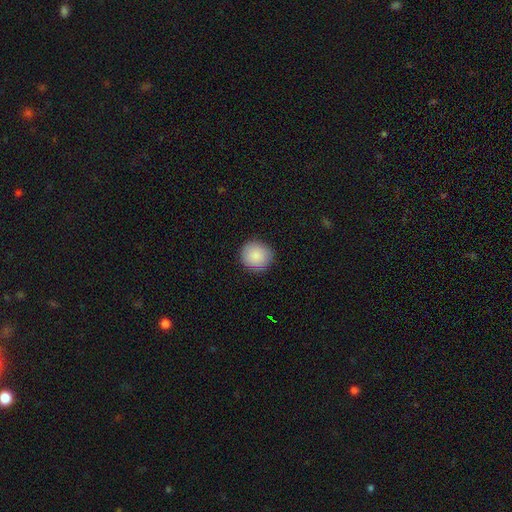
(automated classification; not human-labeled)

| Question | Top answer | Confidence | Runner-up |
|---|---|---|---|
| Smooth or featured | smooth | 88% | star or artifact (7%) |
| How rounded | round | 92% | in between (7%) |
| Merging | none | 88% | minor disturbance (9%) |